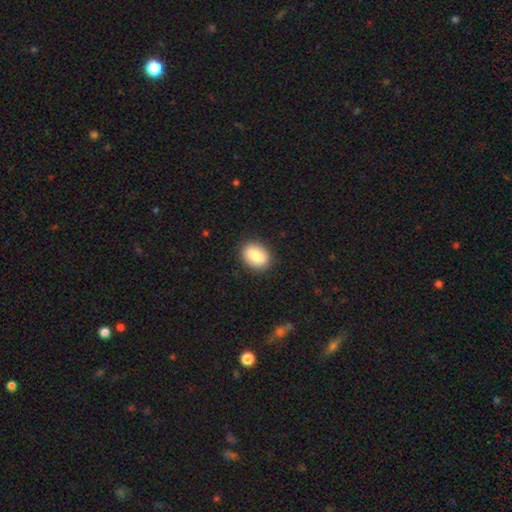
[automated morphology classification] smooth-or-featured: smooth: 86% | featured or disk: 7% | star or artifact: 7%
  how-rounded: in between: 73% | round: 26% | cigar-shaped: 1%
  merging: none: 89% | minor disturbance: 8% | major disturbance: 2% | merger: 1%